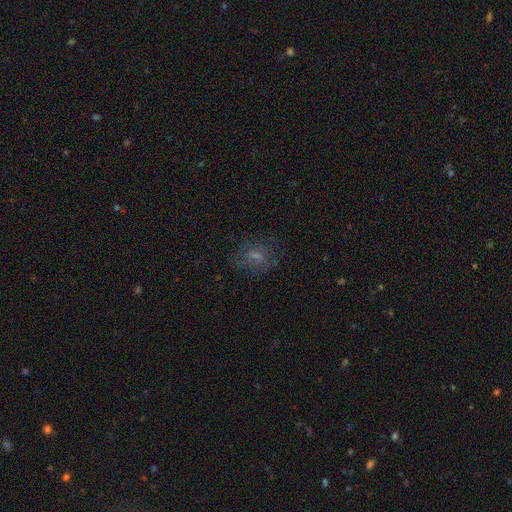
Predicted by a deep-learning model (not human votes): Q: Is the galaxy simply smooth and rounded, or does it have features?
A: smooth — 50%.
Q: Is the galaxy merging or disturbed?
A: none — 63%.